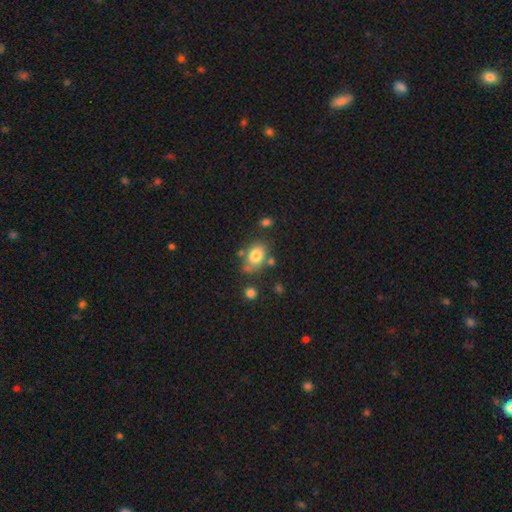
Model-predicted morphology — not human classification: This is likely a smooth galaxy (78%). How rounded: likely in between (67%). Merging: likely none (65%).